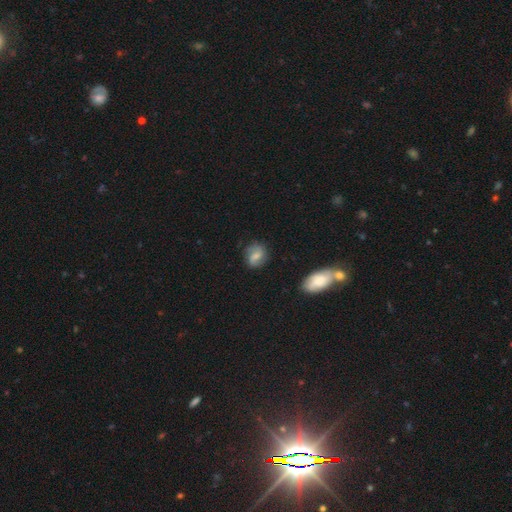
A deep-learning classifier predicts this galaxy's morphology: Smooth or featured: featured or disk — 54% (smooth — 37%)
Edge-on disk: no — 96% (yes — 4%)
Bar: weak — 52% (no — 31%)
Spiral arms: yes — 90% (no — 10%)
Bulge size: small — 35% (tied with moderate — 35%)
Merging: none — 75% (minor disturbance — 18%)